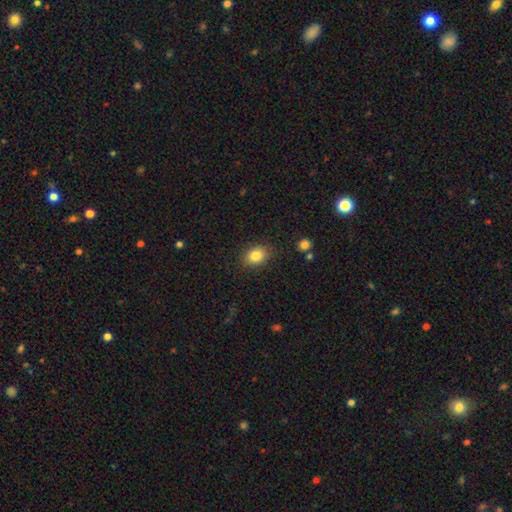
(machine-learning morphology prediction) smooth_or_featured: smooth (p=0.84) [alt: star or artifact p=0.10]
how_rounded: in between (p=0.60) [alt: round p=0.39]
merging: none (p=0.85) [alt: minor disturbance p=0.10]